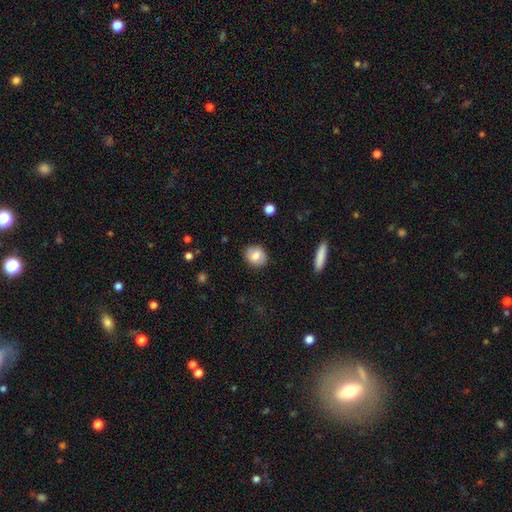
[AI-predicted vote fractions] smooth 79%, featured or disk 13%, star or artifact 8%. Down the decision tree: how rounded — round (68%); merging — none (87%).